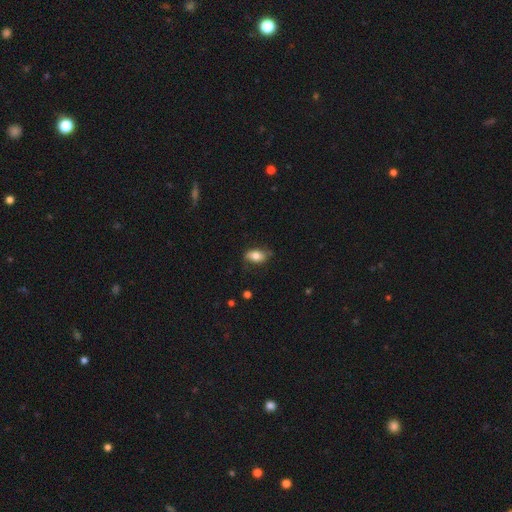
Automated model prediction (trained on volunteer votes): smooth 76%, featured or disk 16%, star or artifact 8%. Down the decision tree: how rounded — in between (89%); merging — none (68%).